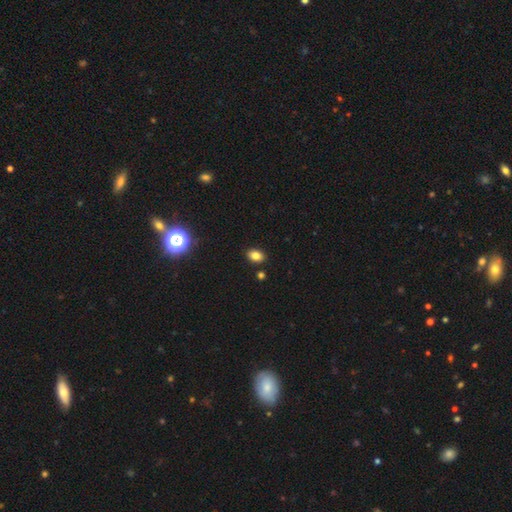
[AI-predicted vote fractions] Q: Smooth or featured?
A: smooth (80%); runner-up: star or artifact (13%)
Q: How rounded?
A: in between (80%); runner-up: round (19%)
Q: Merging?
A: none (87%); runner-up: minor disturbance (8%)